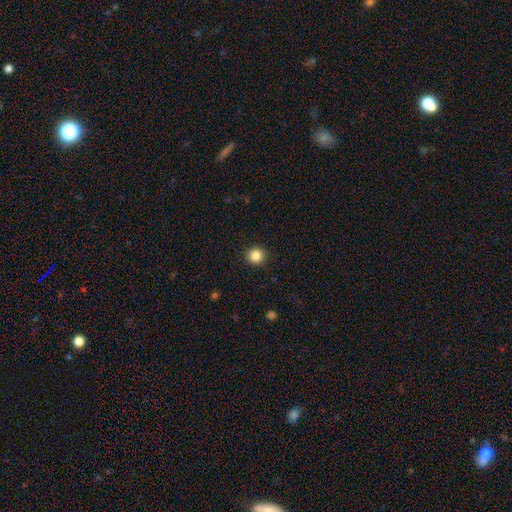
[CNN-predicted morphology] type=smooth (86%); roundness=round (92%); merging=none (92%).